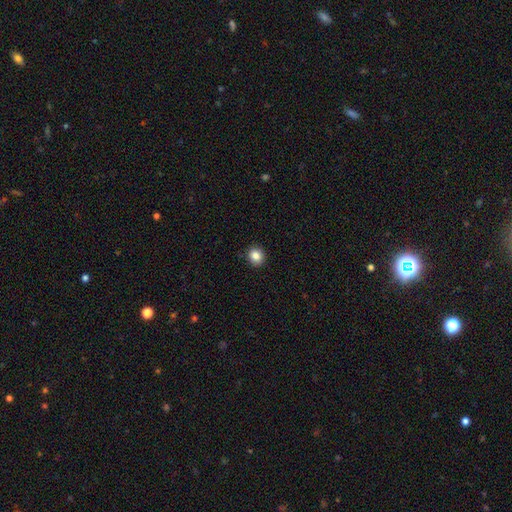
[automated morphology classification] Smooth or featured? smooth (84%)
How rounded? round (84%)
Merging? none (92%)